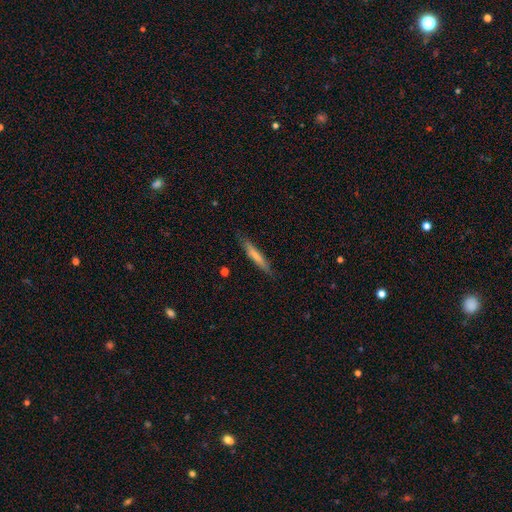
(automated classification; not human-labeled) This is likely a smooth galaxy (66%). How rounded: clearly cigar-shaped (93%). Merging: clearly none (83%).